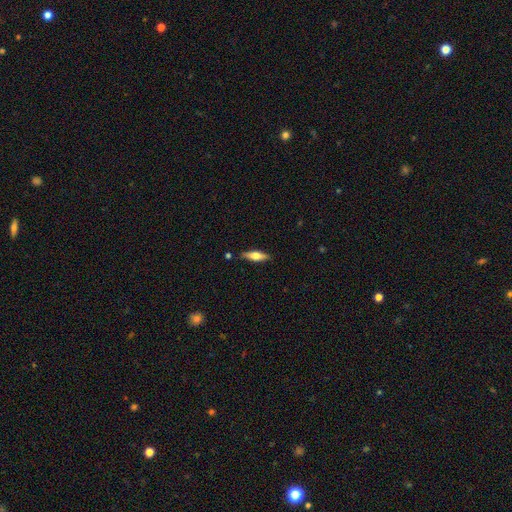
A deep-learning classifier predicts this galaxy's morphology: Overall: smooth (49%; featured or disk 45%). Merging: none (84%).